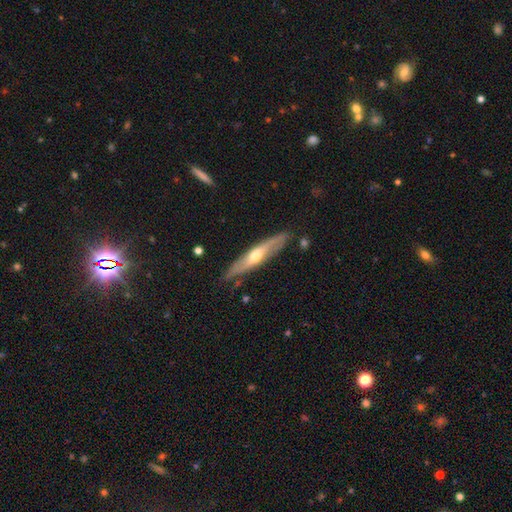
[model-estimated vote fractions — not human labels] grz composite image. It shows a featured or disk galaxy (63%) viewed edge-on (74%). Merging: none (81%).